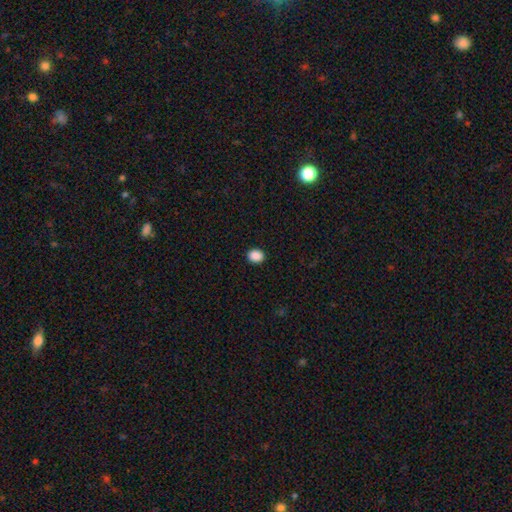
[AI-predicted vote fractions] A smooth galaxy with no disk features (89%) that is round (57%). Merging: none (91%).